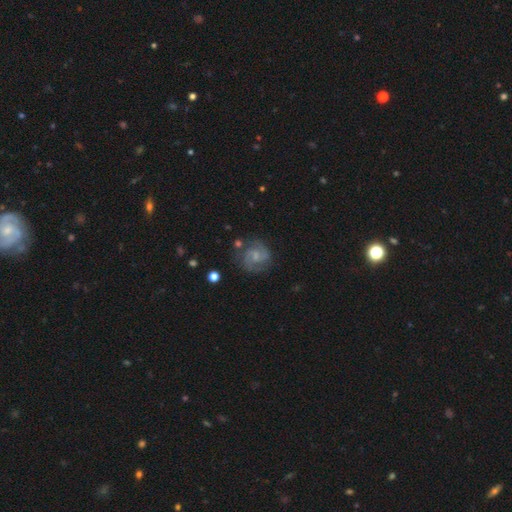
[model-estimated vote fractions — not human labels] Smooth or featured? featured or disk (78%)
Edge-on disk? no (98%)
Bar? weak (49%)
Spiral arms? yes (95%)
Spiral winding? medium (53%)
Spiral arm count? 2 (85%)
Bulge size? small (50%)
Merging? none (74%)